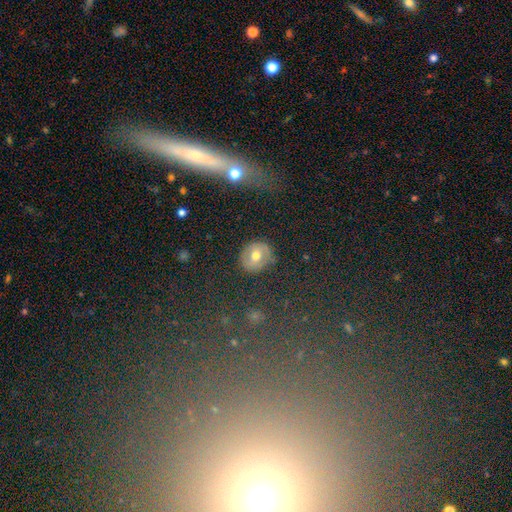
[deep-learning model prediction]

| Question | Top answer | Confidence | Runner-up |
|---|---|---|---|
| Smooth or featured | smooth | 56% | featured or disk (33%) |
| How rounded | round | 79% | in between (20%) |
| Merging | none | 85% | minor disturbance (10%) |